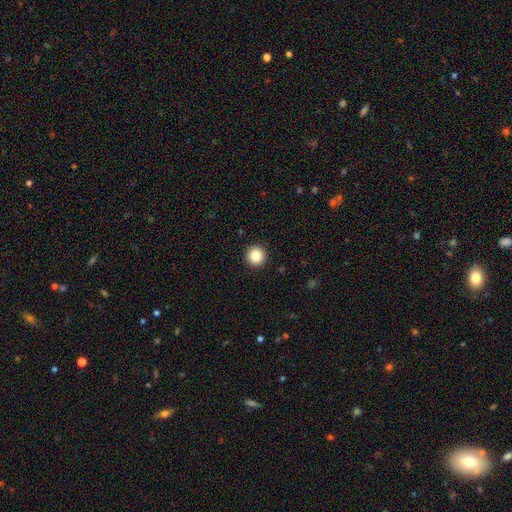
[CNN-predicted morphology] smooth_or_featured: smooth (p=0.85) [alt: star or artifact p=0.10]
how_rounded: round (p=0.96) [alt: in between p=0.03]
merging: none (p=0.94) [alt: minor disturbance p=0.04]